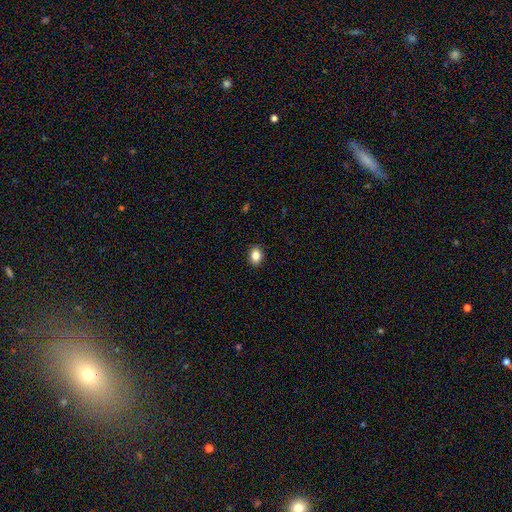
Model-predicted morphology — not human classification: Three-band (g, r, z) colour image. It shows a smooth galaxy with no disk features (85%) that is in between round and cigar-shaped (65%). Merging: none (89%).